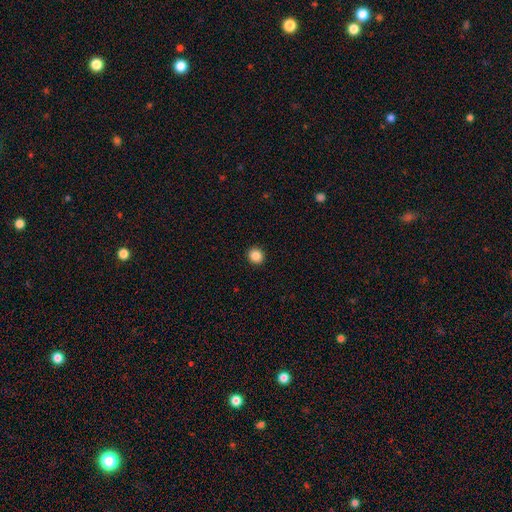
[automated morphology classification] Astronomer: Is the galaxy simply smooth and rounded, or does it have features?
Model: smooth — 87%.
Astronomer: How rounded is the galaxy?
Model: round — 91%.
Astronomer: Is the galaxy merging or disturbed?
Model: none — 94%.